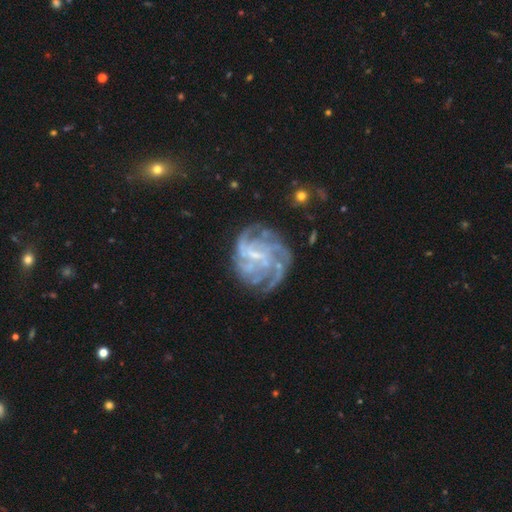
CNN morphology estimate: A featured or disk galaxy (83%) with a weak bar (53%), tight (47%) spiral arms (91%) and a small central bulge (50%). Merging: none (61%).